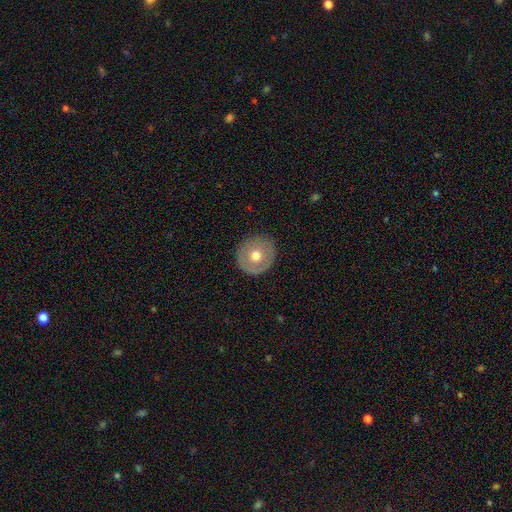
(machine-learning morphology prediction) smooth_or_featured: smooth (p=0.58) [alt: featured or disk p=0.35]
how_rounded: round (p=0.93) [alt: in between p=0.07]
merging: none (p=0.88) [alt: minor disturbance p=0.08]